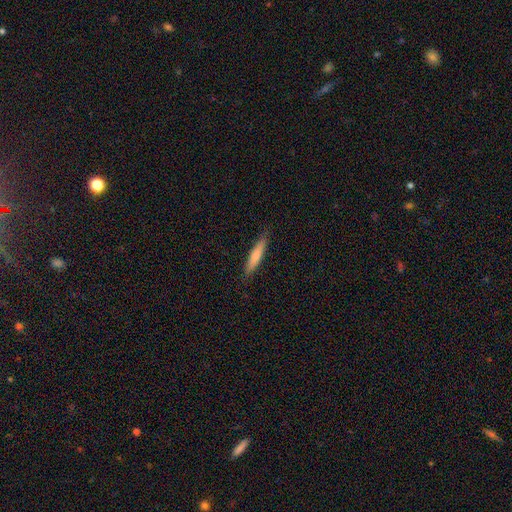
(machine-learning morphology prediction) Smooth or featured?
  - smooth: 73% *
  - featured or disk: 21%
  - star or artifact: 5%
How rounded?
  - cigar-shaped: 87% *
  - in between: 11%
  - round: 1%
Merging?
  - none: 87% *
  - minor disturbance: 10%
  - major disturbance: 2%
  - merger: 1%